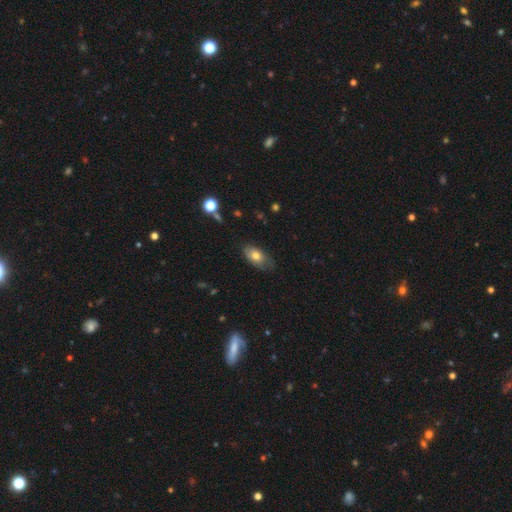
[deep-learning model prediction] smooth-or-featured: smooth: 71% | featured or disk: 21% | star or artifact: 8%
  how-rounded: in between: 90% | round: 6% | cigar-shaped: 4%
  merging: none: 68% | minor disturbance: 25% | major disturbance: 5% | merger: 1%